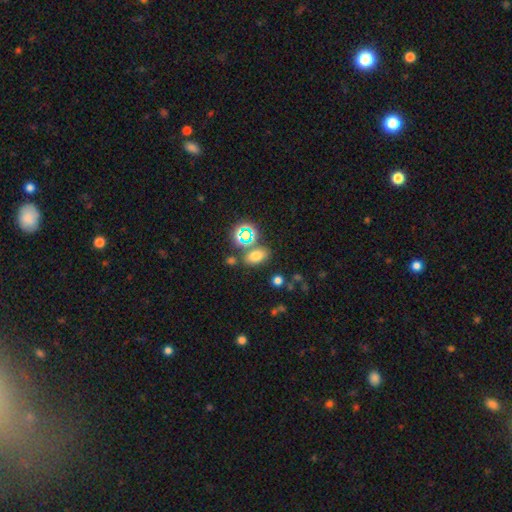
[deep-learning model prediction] smooth 67%, star or artifact 24%, featured or disk 9%. Down the decision tree: how rounded — in between (79%); merging — none (72%).